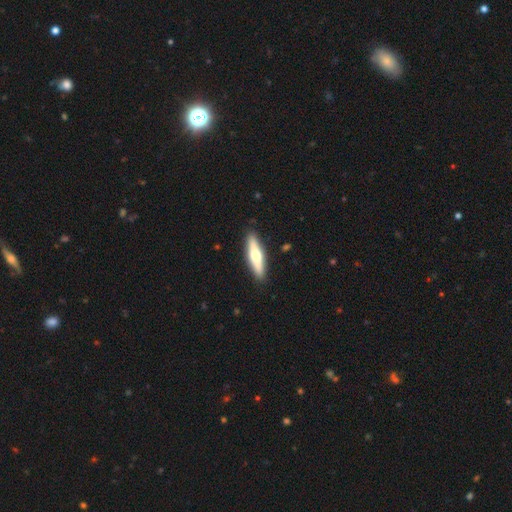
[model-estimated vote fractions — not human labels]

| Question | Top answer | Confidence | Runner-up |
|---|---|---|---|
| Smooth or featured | smooth | 49% | featured or disk (46%) |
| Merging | none | 90% | minor disturbance (8%) |